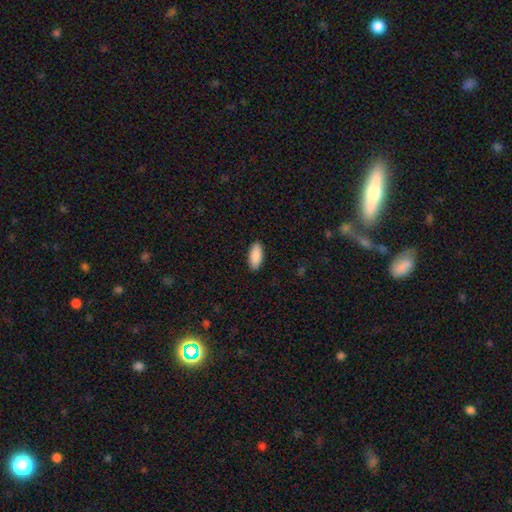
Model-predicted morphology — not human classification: The model was most divided on "how rounded": in between: 88%, cigar-shaped: 11%, round: 2%. More confident: smooth or featured — smooth (91%); merging — none (90%).